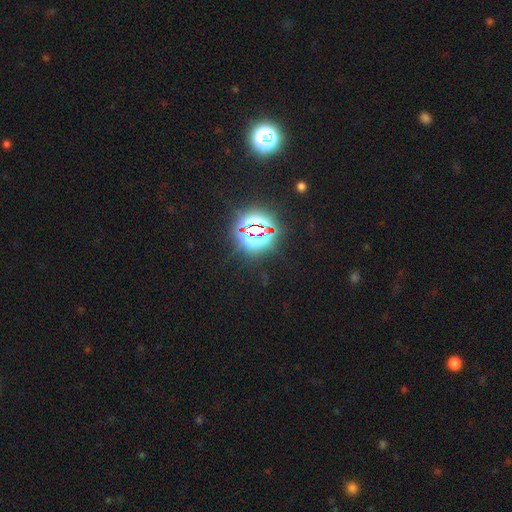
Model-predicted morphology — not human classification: A star or artifact, not a galaxy (83%).